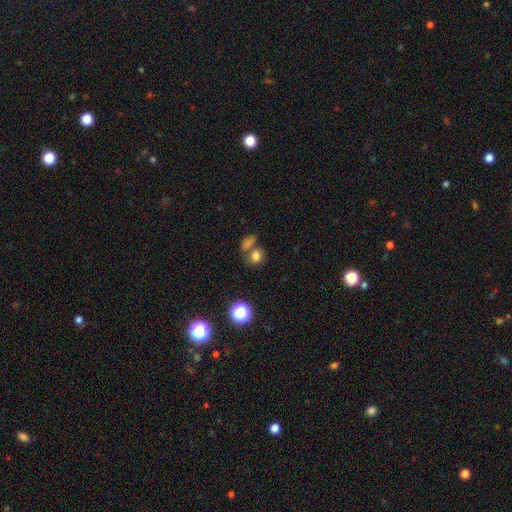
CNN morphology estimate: A smooth galaxy with no disk features (77%) that is round (58%). Merging: none (43%).